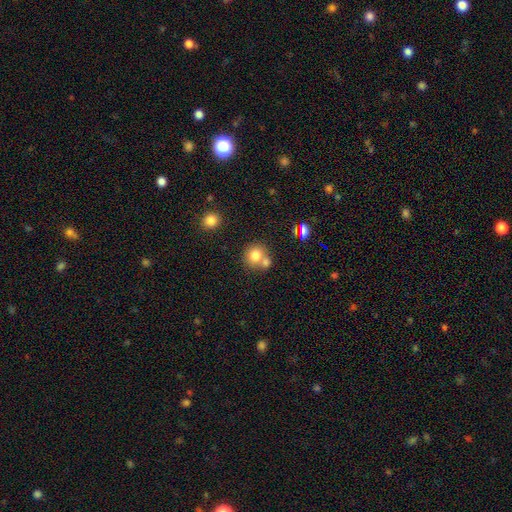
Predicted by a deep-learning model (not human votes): The model was most divided on "merging": none: 51%, merger: 37%, minor disturbance: 8%, major disturbance: 3%. More confident: how rounded — round (86%); smooth or featured — smooth (77%).